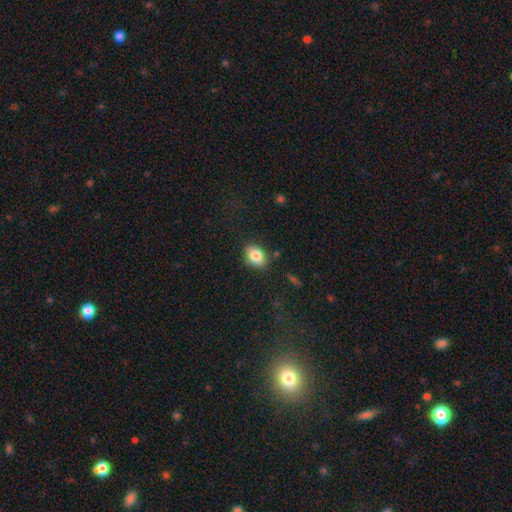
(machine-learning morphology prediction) Smooth or featured? Predicted: smooth (p=0.84). How rounded? Predicted: in between (p=0.72). Merging? Predicted: none (p=0.83).